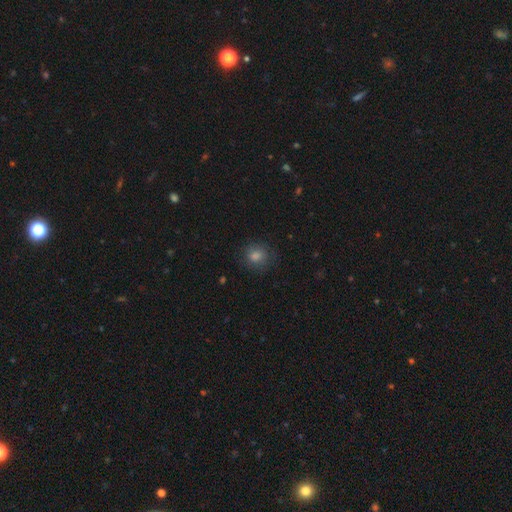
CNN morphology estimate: Smooth or featured? Predicted: smooth (p=0.77). How rounded? Predicted: round (p=0.86). Merging? Predicted: none (p=0.85).